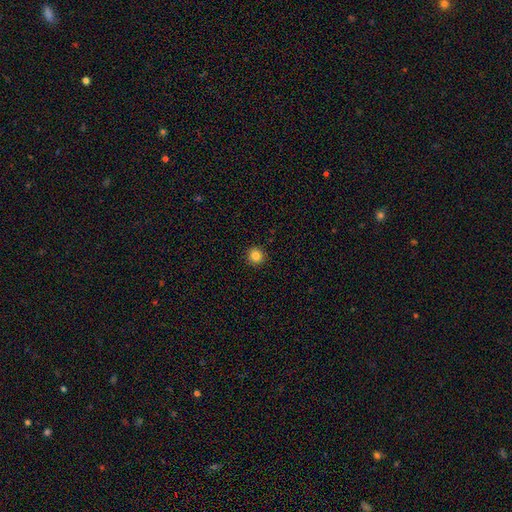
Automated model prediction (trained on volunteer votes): A smooth galaxy with no disk features (83%) that is round (94%).

Vote fractions:
- Smooth or featured? smooth: 83% / star or artifact: 12% / featured or disk: 5%
- How rounded? round: 94% / in between: 5% / cigar-shaped: 1%
- Merging? none: 93% / minor disturbance: 5% / major disturbance: 2% / merger: 1%